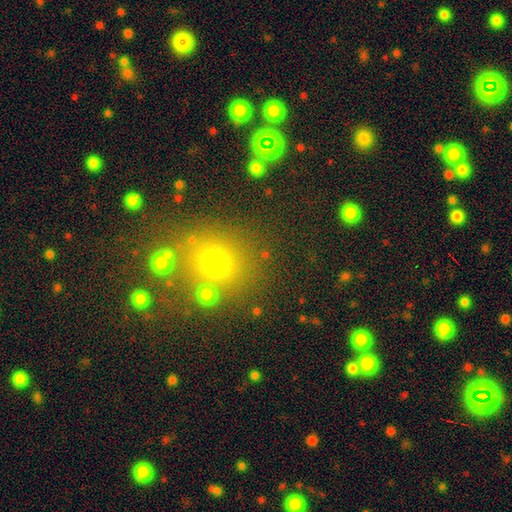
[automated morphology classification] Overall: smooth (54%; star or artifact 37%). How rounded: round (82%). Merging: none (75%).